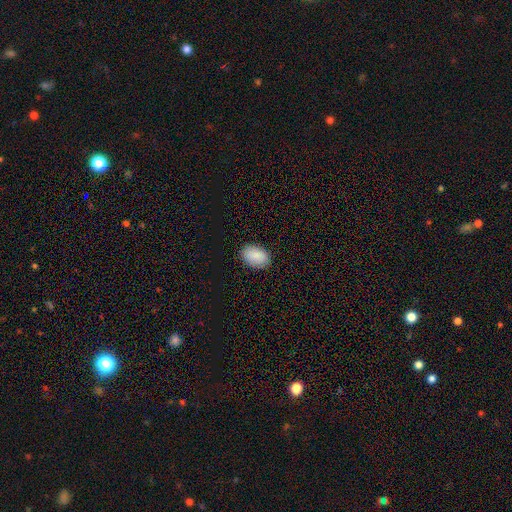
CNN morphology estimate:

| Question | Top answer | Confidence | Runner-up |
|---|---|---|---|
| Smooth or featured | smooth | 89% | star or artifact (7%) |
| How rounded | in between | 87% | round (11%) |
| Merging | none | 87% | minor disturbance (10%) |